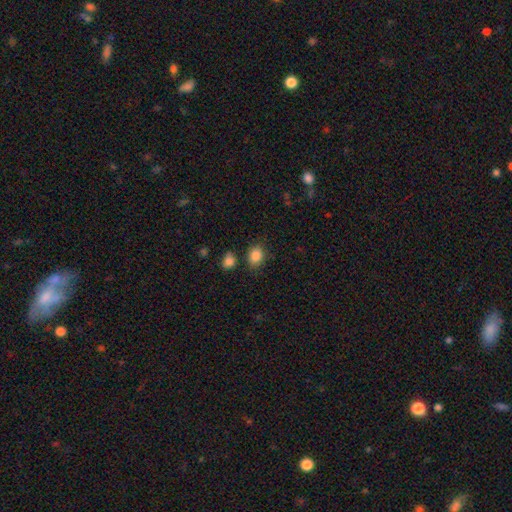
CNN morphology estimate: A smooth galaxy with no disk features (86%) that is in between round and cigar-shaped (55%).

Vote fractions:
- Smooth or featured? smooth: 86% / star or artifact: 10% / featured or disk: 4%
- How rounded? in between: 55% / round: 44% / cigar-shaped: 1%
- Merging? none: 77% / minor disturbance: 13% / merger: 6% / major disturbance: 4%